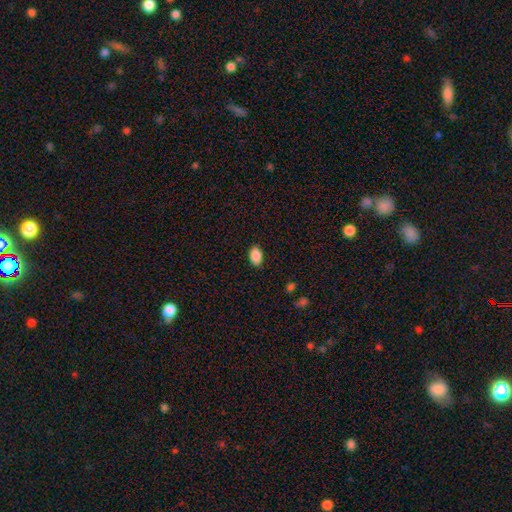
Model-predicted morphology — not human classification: A smooth galaxy with no disk features (89%) that is in between round and cigar-shaped (90%). Merging: none (87%).